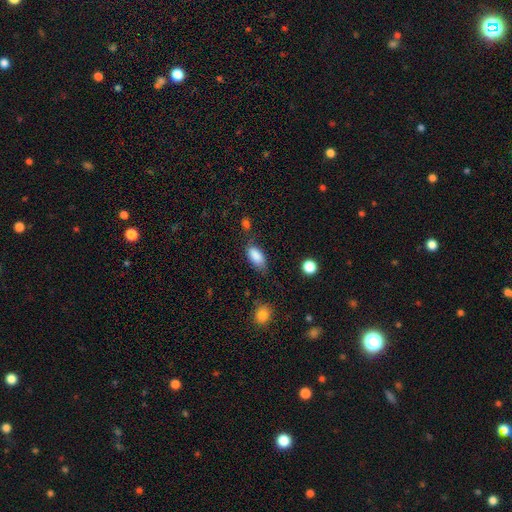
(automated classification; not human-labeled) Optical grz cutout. It shows a smooth galaxy with no disk features (86%) that is in between round and cigar-shaped (90%). Merging: none (62%).